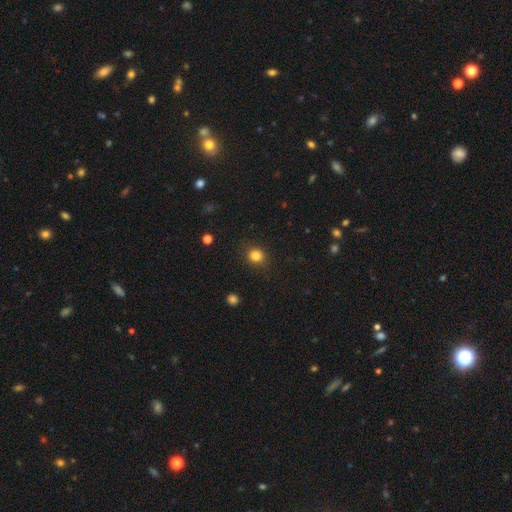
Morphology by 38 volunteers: smooth-or-featured: smooth: 84% | featured or disk: 8% | star or artifact: 8%
  how-rounded: round: 81% | in between: 16% | cigar-shaped: 3%
  merging: none: 74% | minor disturbance: 17% | major disturbance: 9% | merger: 0%